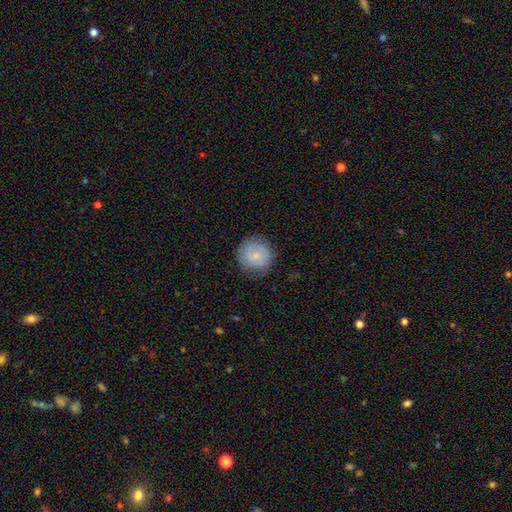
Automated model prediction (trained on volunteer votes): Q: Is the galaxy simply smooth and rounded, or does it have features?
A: smooth — 76%.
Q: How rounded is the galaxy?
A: round — 92%.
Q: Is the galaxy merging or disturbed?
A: none — 77%.